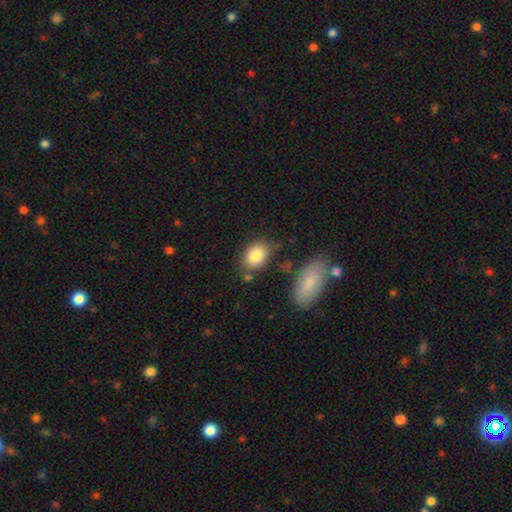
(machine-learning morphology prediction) smooth_or_featured: smooth (p=0.84) [alt: featured or disk p=0.09]
how_rounded: in between (p=0.76) [alt: round p=0.23]
merging: none (p=0.73) [alt: minor disturbance p=0.16]